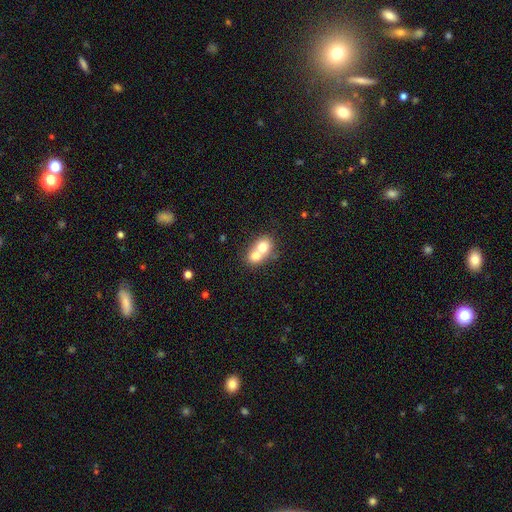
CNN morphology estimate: Smooth or featured? Predicted: smooth (p=0.70). How rounded? Predicted: round (p=0.62). Merging? Predicted: merger (p=0.75).